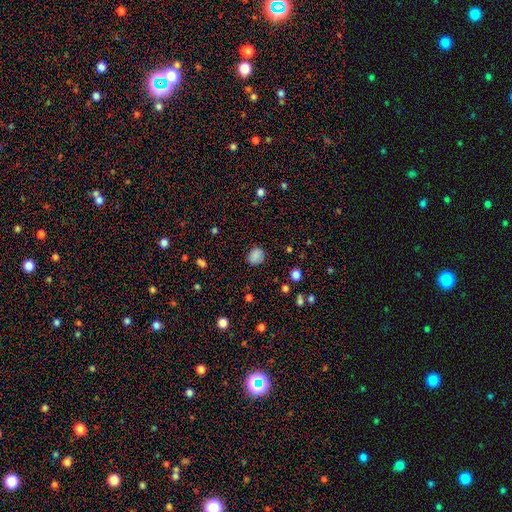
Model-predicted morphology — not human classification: A smooth galaxy with no disk features (83%) that is round (56%).

Vote fractions:
- Smooth or featured? smooth: 83% / star or artifact: 12% / featured or disk: 5%
- How rounded? round: 56% / in between: 43% / cigar-shaped: 1%
- Merging? none: 80% / minor disturbance: 15% / major disturbance: 4% / merger: 1%